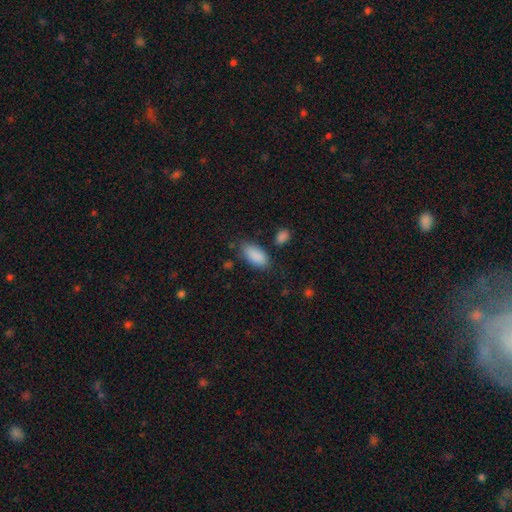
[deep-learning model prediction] The model was most divided on "merging": none: 70%, minor disturbance: 20%, major disturbance: 5%, merger: 5%. More confident: how rounded — in between (91%); smooth or featured — smooth (89%).